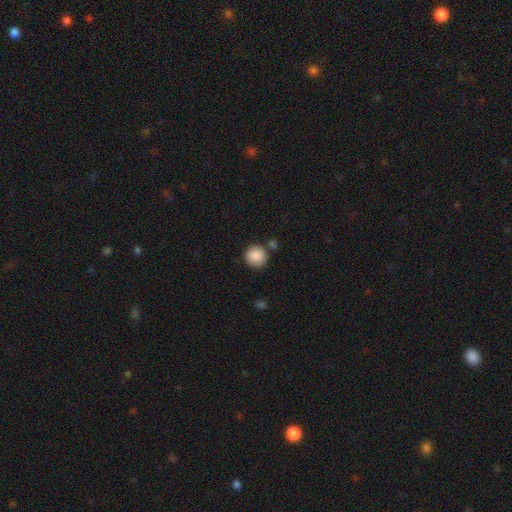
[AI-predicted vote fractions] A smooth galaxy with no disk features (89%) that is round (93%).

Vote fractions:
- Smooth or featured? smooth: 89% / star or artifact: 8% / featured or disk: 4%
- How rounded? round: 93% / in between: 6% / cigar-shaped: 1%
- Merging? none: 79% / minor disturbance: 9% / merger: 9% / major disturbance: 3%